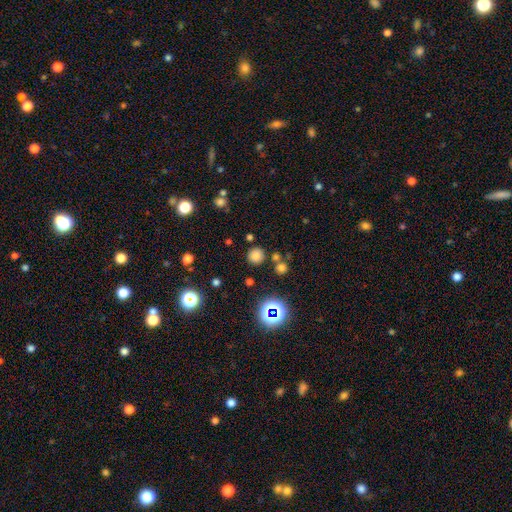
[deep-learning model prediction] This is likely a smooth galaxy (72%). How rounded: clearly round (93%). Merging: clearly none (82%).